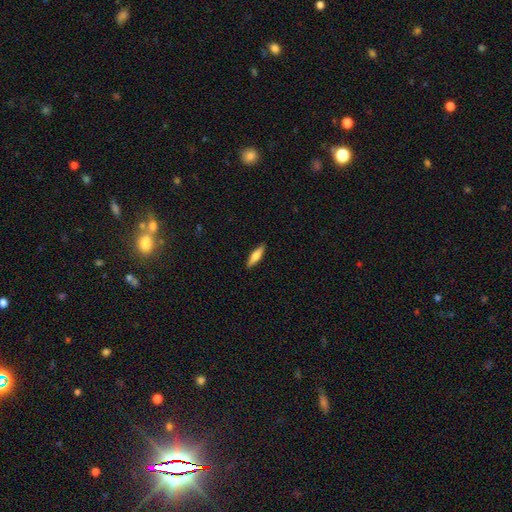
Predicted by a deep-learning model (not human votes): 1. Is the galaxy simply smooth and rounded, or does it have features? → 66% smooth, 28% featured or disk, 6% star or artifact.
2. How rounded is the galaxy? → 63% cigar-shaped, 35% in between, 2% round.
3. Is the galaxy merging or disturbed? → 89% none, 8% minor disturbance, 2% major disturbance, 1% merger.